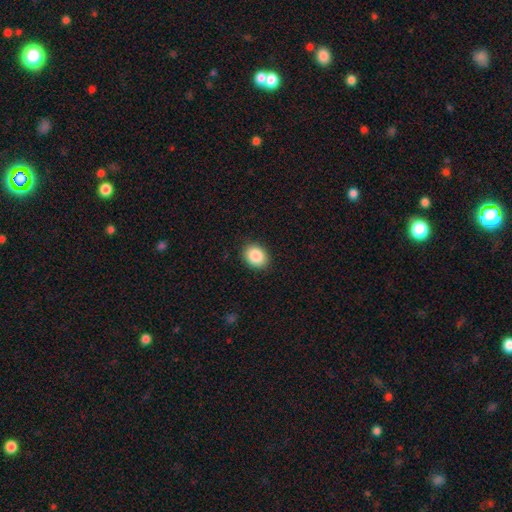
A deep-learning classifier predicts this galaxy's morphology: Smooth or featured: smooth — 87% (star or artifact — 8%)
How rounded: in between — 59% (round — 40%)
Merging: none — 89% (minor disturbance — 8%)